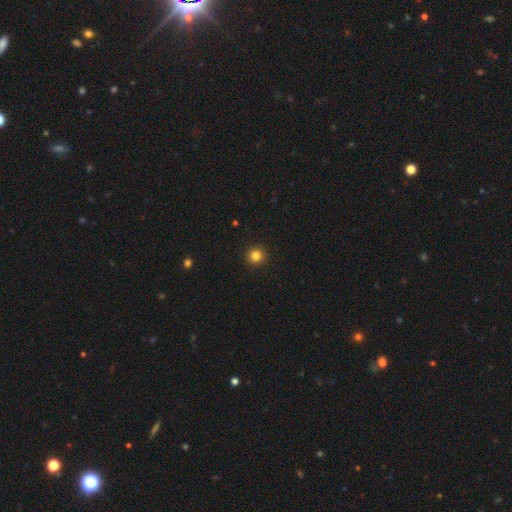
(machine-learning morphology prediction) A smooth galaxy with no disk features (83%) that is round (96%). Merging: none (94%).